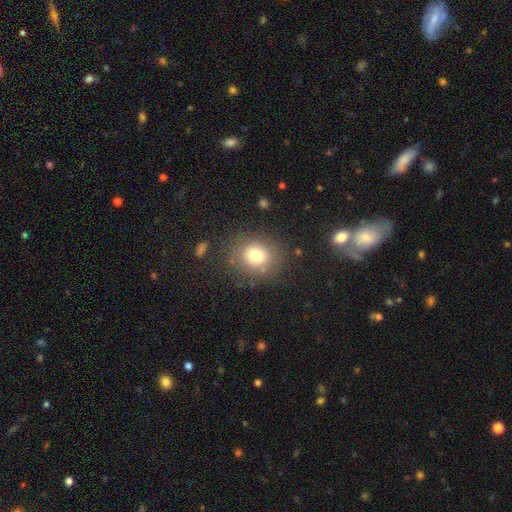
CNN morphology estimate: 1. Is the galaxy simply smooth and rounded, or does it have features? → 76% smooth, 13% star or artifact, 11% featured or disk.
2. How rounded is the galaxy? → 70% round, 29% in between, 1% cigar-shaped.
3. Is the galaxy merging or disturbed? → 81% none, 11% minor disturbance, 5% major disturbance, 3% merger.